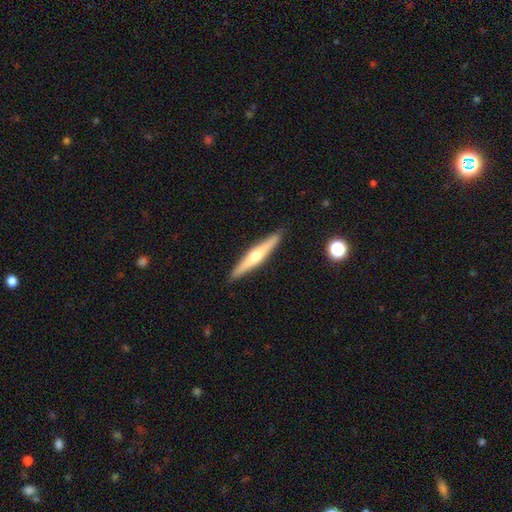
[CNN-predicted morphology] Q: Smooth or featured?
A: featured or disk (63%); runner-up: smooth (32%)
Q: Edge-on disk?
A: yes (97%); runner-up: no (3%)
Q: Edge-on bulge?
A: rounded (87%); runner-up: none (9%)
Q: Merging?
A: none (91%); runner-up: minor disturbance (7%)